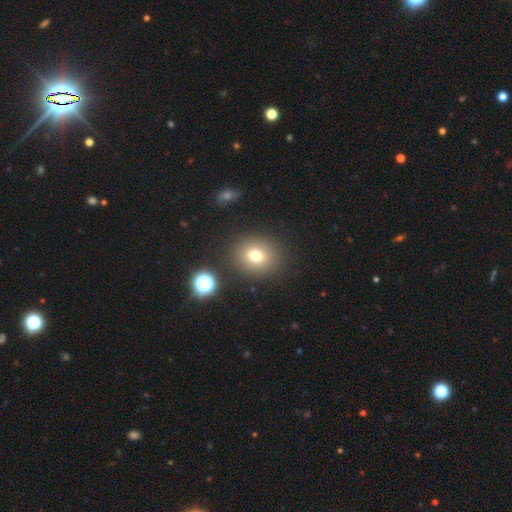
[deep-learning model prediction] A smooth galaxy with no disk features (75%) that is round (69%).

Vote fractions:
- Smooth or featured? smooth: 75% / star or artifact: 14% / featured or disk: 11%
- How rounded? round: 69% / in between: 30% / cigar-shaped: 1%
- Merging? none: 85% / minor disturbance: 8% / major disturbance: 3% / merger: 3%